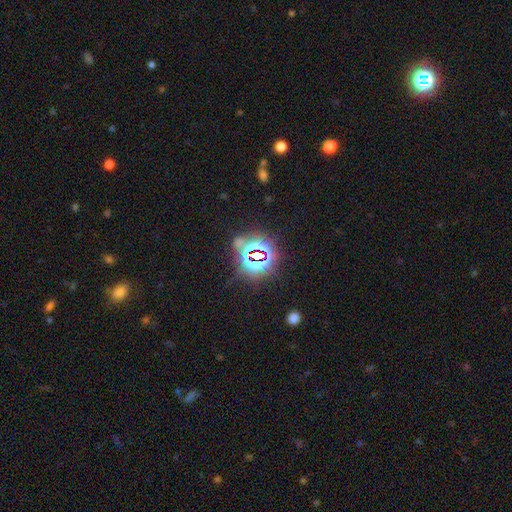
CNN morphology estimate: A star or artifact, not a galaxy (77%).

Vote fractions:
- Smooth or featured? star or artifact: 77% / smooth: 15% / featured or disk: 8%